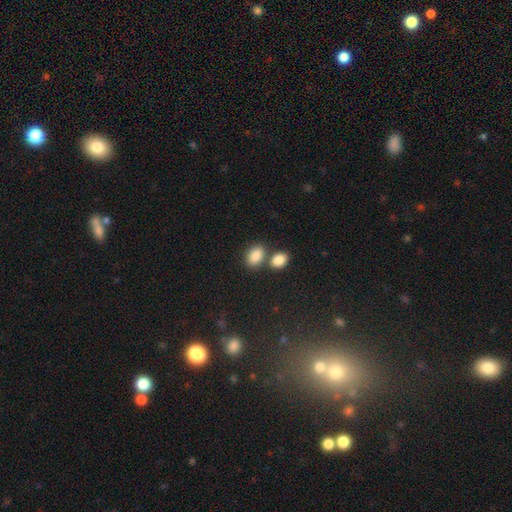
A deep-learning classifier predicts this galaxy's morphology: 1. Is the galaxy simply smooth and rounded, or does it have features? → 86% smooth, 9% star or artifact, 5% featured or disk.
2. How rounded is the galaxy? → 80% in between, 18% round, 1% cigar-shaped.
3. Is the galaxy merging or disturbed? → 56% none, 31% merger, 10% minor disturbance, 3% major disturbance.